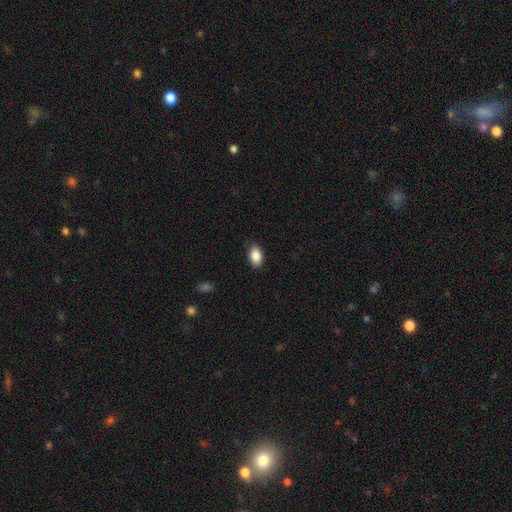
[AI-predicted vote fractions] smooth 88%, star or artifact 7%, featured or disk 5%. Down the decision tree: how rounded — in between (91%); merging — none (85%).